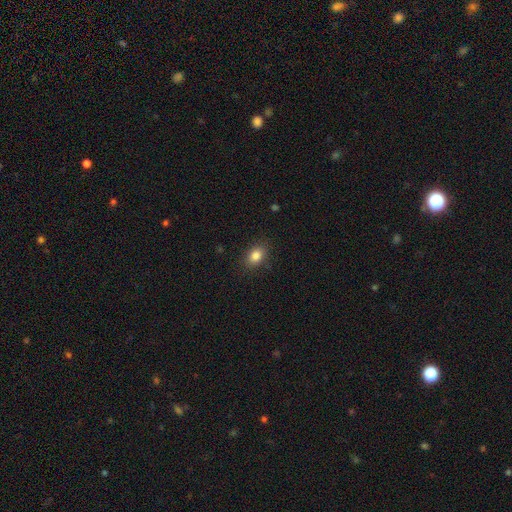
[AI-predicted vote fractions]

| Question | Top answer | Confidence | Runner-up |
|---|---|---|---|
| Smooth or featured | smooth | 84% | star or artifact (10%) |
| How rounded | in between | 72% | round (27%) |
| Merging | none | 85% | minor disturbance (11%) |